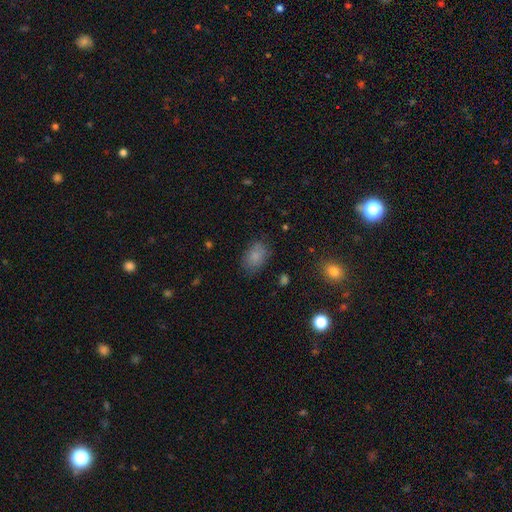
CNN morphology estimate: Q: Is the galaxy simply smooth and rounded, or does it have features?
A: smooth — 83%.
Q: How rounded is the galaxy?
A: in between — 84%.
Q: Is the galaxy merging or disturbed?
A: none — 77%.